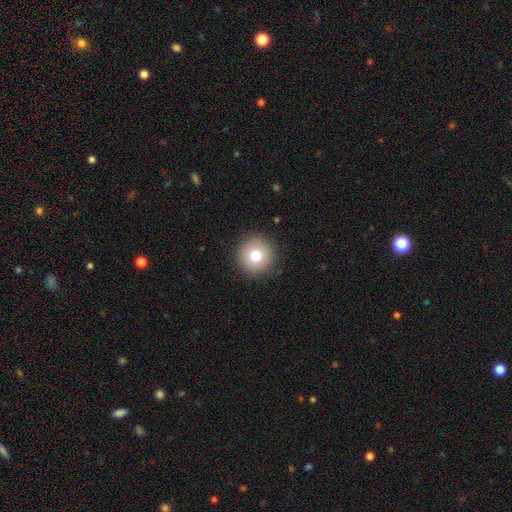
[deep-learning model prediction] smooth_or_featured: smooth (p=0.77) [alt: featured or disk p=0.12]
how_rounded: round (p=0.95) [alt: in between p=0.04]
merging: none (p=0.90) [alt: minor disturbance p=0.06]